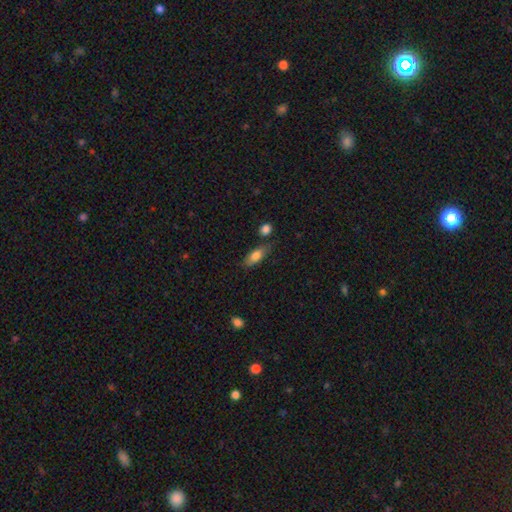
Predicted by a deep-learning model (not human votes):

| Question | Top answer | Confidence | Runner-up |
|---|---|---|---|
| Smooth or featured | smooth | 78% | featured or disk (15%) |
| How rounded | in between | 76% | cigar-shaped (22%) |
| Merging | none | 70% | minor disturbance (18%) |